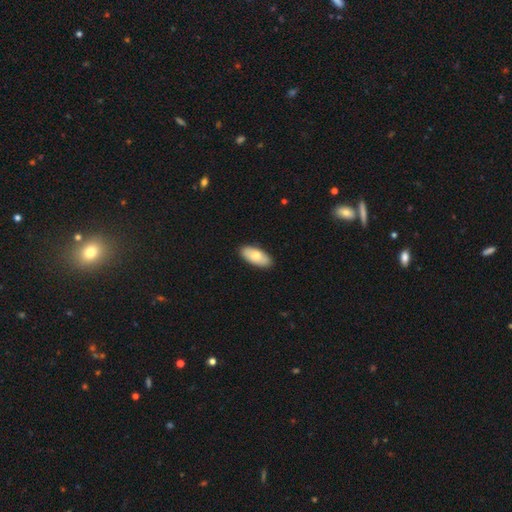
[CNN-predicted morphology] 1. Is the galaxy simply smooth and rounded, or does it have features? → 73% smooth, 22% featured or disk, 5% star or artifact.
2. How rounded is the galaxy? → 90% in between, 7% cigar-shaped, 2% round.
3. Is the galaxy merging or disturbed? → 90% none, 7% minor disturbance, 1% major disturbance, 1% merger.